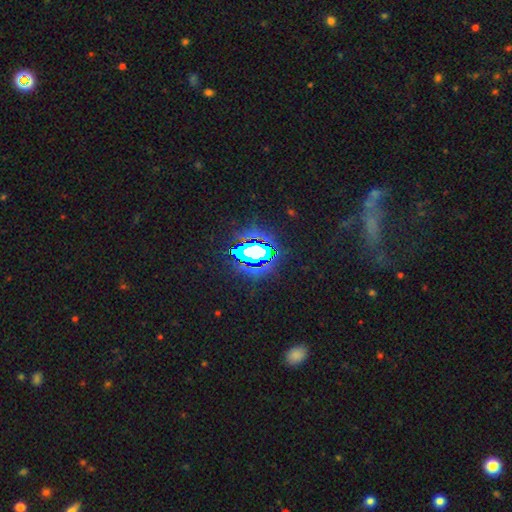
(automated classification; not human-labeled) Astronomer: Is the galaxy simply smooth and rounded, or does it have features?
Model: star or artifact — 67%.